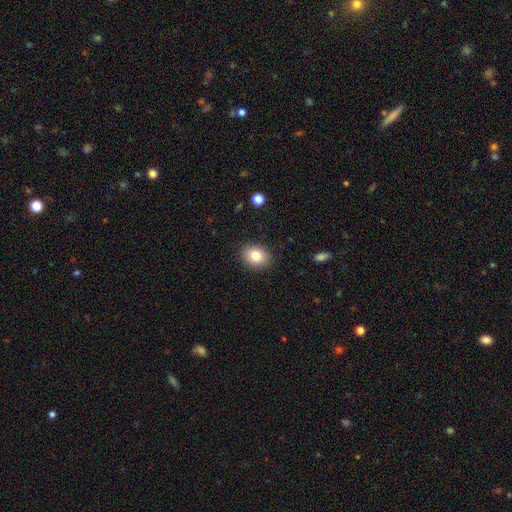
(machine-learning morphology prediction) The model was most divided on "how rounded": round: 50%, in between: 49%, cigar-shaped: 1%. More confident: merging — none (88%); smooth or featured — smooth (82%).